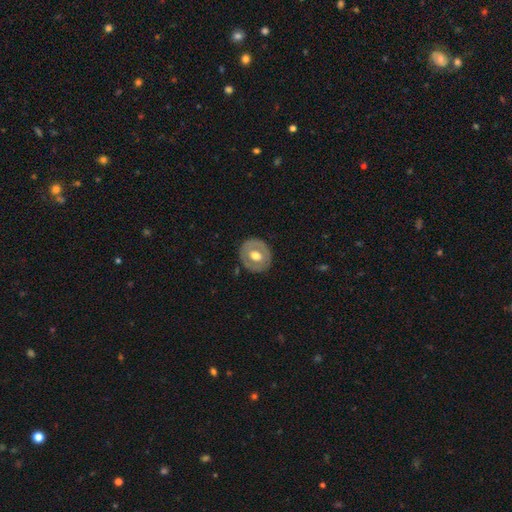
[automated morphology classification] smooth_or_featured: featured or disk (p=0.49) [alt: smooth p=0.46]
merging: none (p=0.85) [alt: minor disturbance p=0.10]